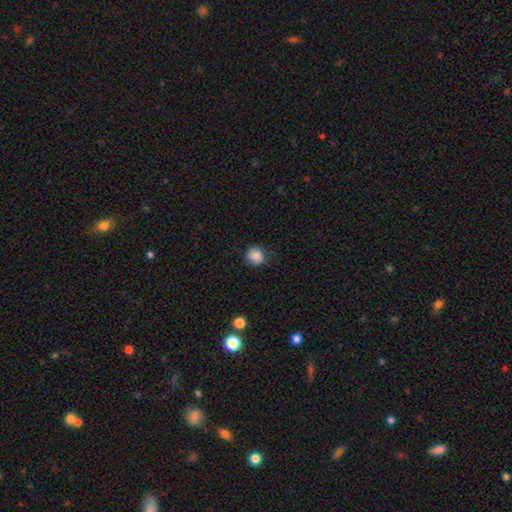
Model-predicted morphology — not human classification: smooth_or_featured: smooth (p=0.86) [alt: star or artifact p=0.10]
how_rounded: round (p=0.86) [alt: in between p=0.13]
merging: none (p=0.81) [alt: minor disturbance p=0.14]